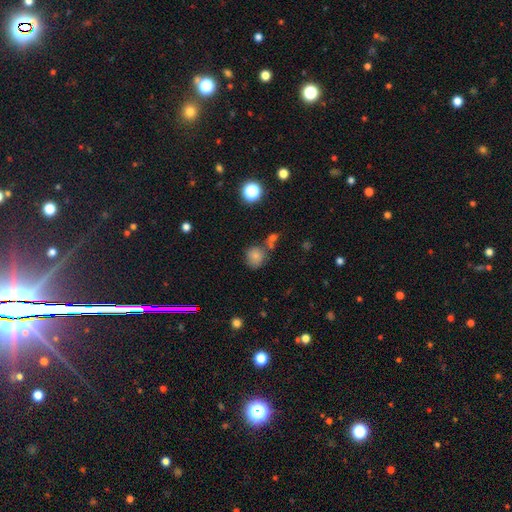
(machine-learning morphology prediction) Smooth or featured: smooth — 76% (star or artifact — 15%)
How rounded: round — 83% (in between — 16%)
Merging: none — 60% (merger — 21%)